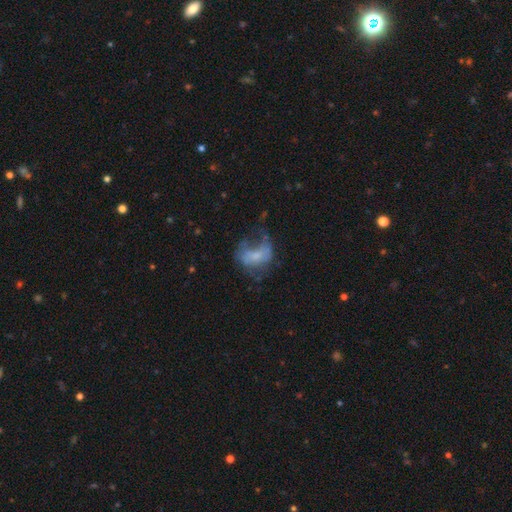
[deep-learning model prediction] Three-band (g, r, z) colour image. It shows a featured or disk galaxy (52%) with no bar (66%), no spiral arms (53%) and a small central bulge (40%). Merging: major disturbance (45%).